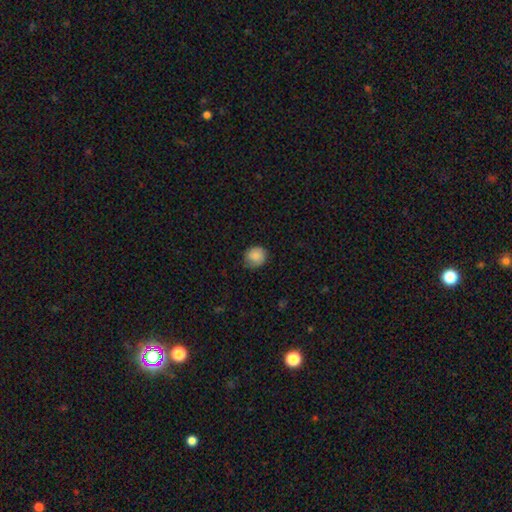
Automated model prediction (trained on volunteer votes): The model was most divided on "merging": none: 77%, minor disturbance: 18%, major disturbance: 3%, merger: 1%. More confident: smooth or featured — smooth (84%); how rounded — round (84%).